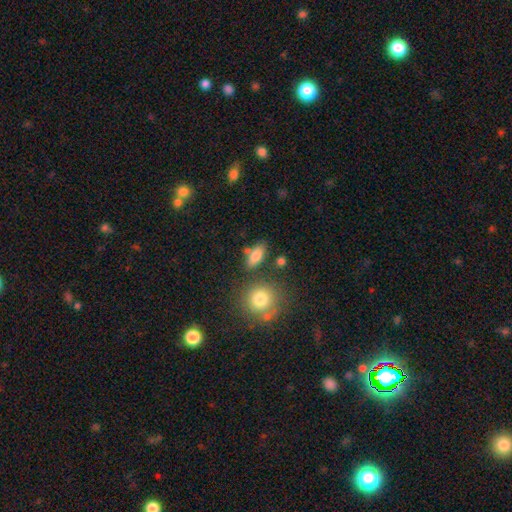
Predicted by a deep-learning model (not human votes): Morphology: type=smooth (80%); roundness=in between (79%); merging=none (73%).